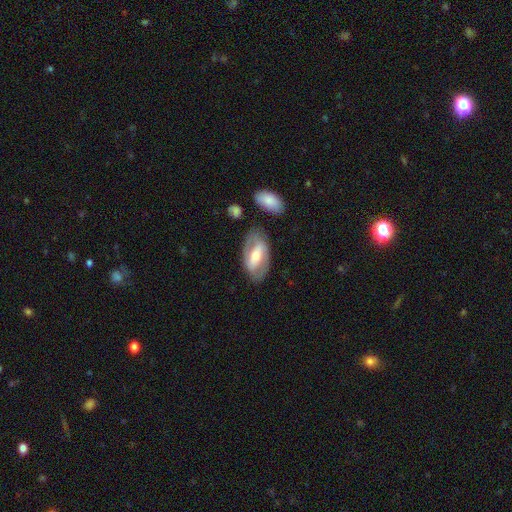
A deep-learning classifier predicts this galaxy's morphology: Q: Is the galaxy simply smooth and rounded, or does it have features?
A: featured or disk — 63%.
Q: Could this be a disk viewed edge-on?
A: no — 90%.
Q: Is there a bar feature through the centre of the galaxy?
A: strong — 54%.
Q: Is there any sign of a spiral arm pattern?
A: yes — 58%.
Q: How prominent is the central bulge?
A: moderate — 61%.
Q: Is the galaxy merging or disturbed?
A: none — 78%.